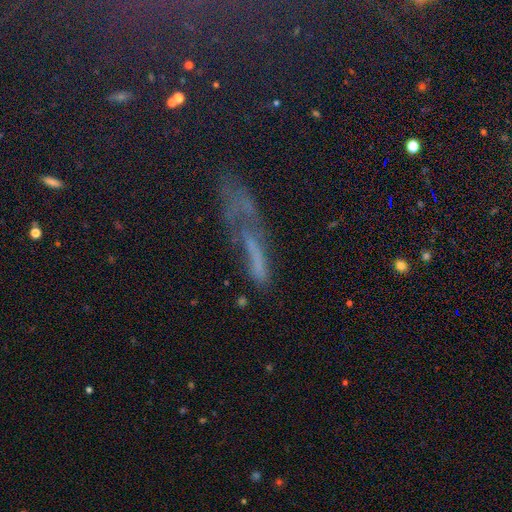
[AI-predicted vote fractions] Morphology: type=smooth (38%); merging=none (36%).